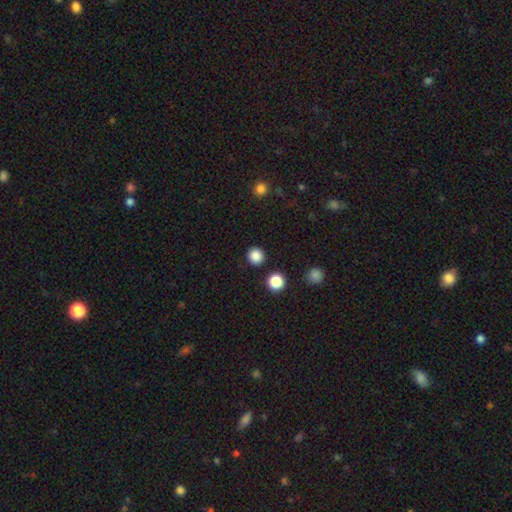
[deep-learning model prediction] Smooth or featured? Predicted: smooth (p=0.85). How rounded? Predicted: round (p=0.94). Merging? Predicted: none (p=0.91).